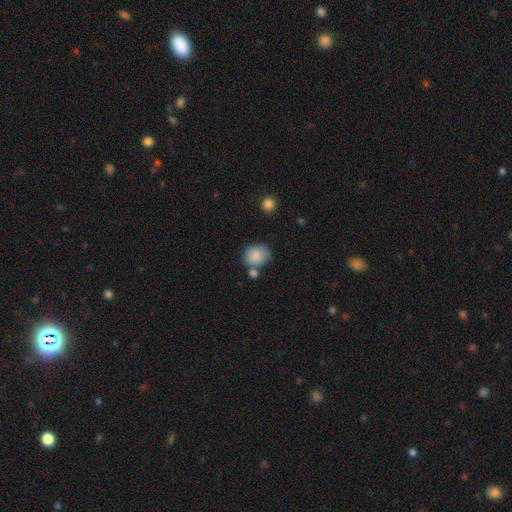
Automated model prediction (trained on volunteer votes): This appears to be a smooth galaxy with no disk features (85%) that is round (66%). Merging: none (57%).